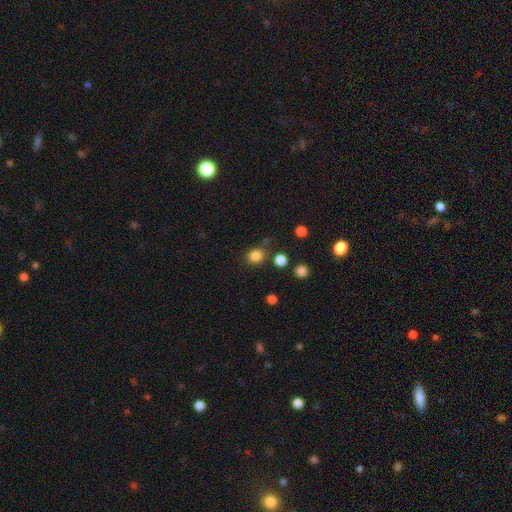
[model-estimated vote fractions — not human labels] Smooth or featured? smooth (83%)
How rounded? round (77%)
Merging? none (75%)